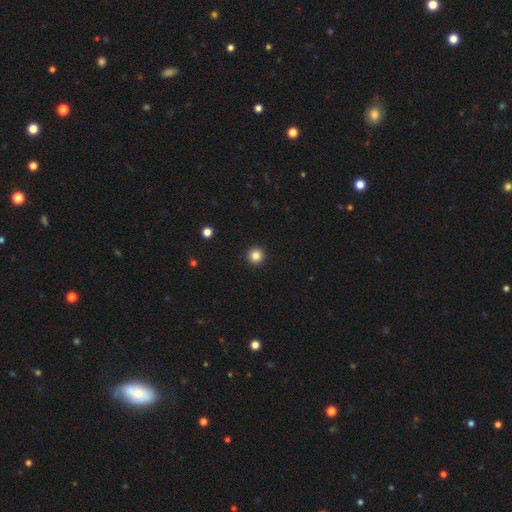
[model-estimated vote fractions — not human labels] Morphology: type=smooth (85%); roundness=round (96%); merging=none (94%).